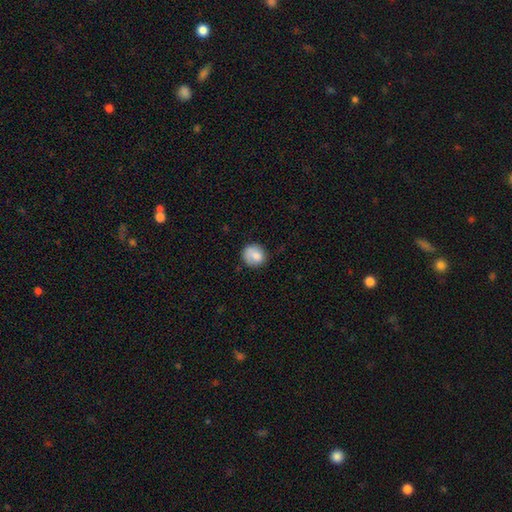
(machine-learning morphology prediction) This is clearly a smooth galaxy (81%). How rounded: clearly round (84%). Merging: likely none (69%).